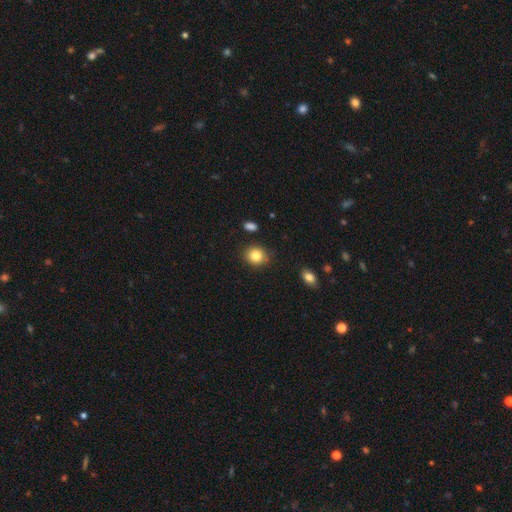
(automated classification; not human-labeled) This appears to be a smooth galaxy with no disk features (84%) that is round (75%). Merging: none (85%).